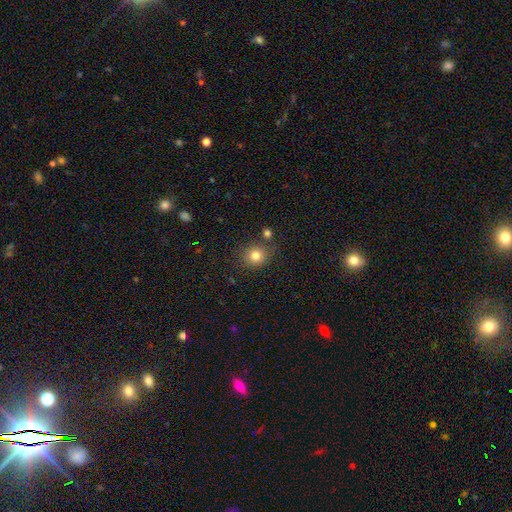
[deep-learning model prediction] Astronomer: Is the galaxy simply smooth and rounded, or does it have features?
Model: smooth — 80%.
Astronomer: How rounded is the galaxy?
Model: round — 82%.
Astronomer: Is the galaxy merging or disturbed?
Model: none — 78%.